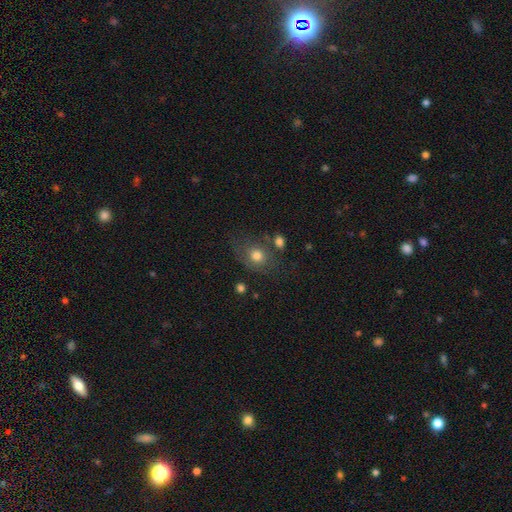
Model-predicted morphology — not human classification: This appears to be a smooth galaxy with no disk features (70%) that is round (55%). Merging: none (58%).